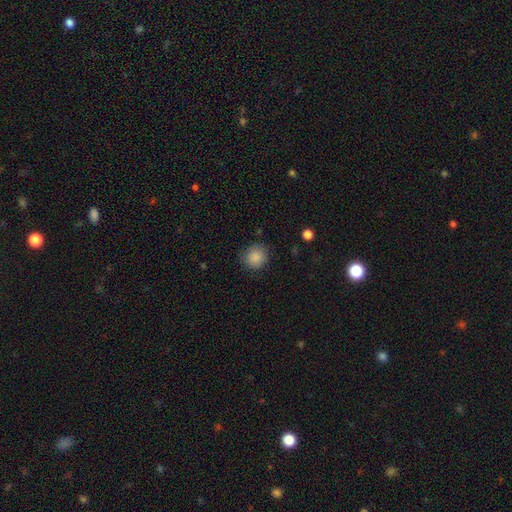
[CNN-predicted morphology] This is clearly a smooth galaxy (84%). How rounded: clearly round (89%). Merging: clearly none (85%).